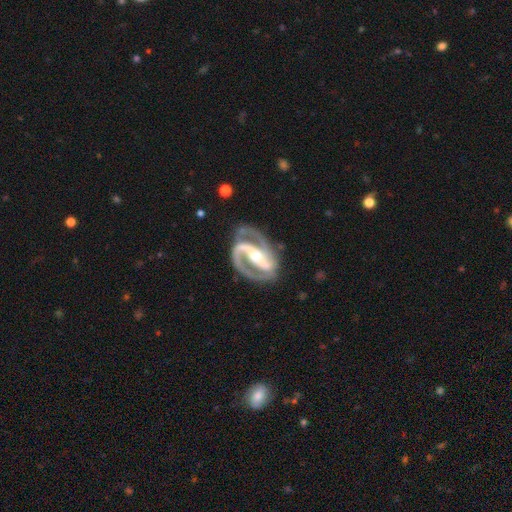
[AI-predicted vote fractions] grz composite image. It shows a featured or disk galaxy (93%) with a strong bar (68%), 2 (92%) medium (57%) spiral arms (98%) and a moderate central bulge (58%). Merging: none (76%).